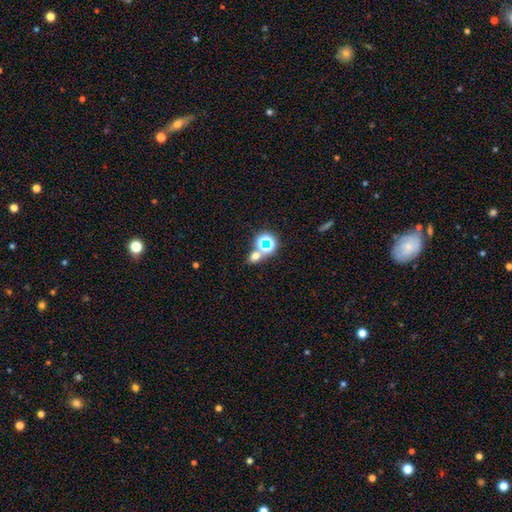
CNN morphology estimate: smooth 54%, star or artifact 36%, featured or disk 10%. Down the decision tree: how rounded — round (56%); merging — none (60%).